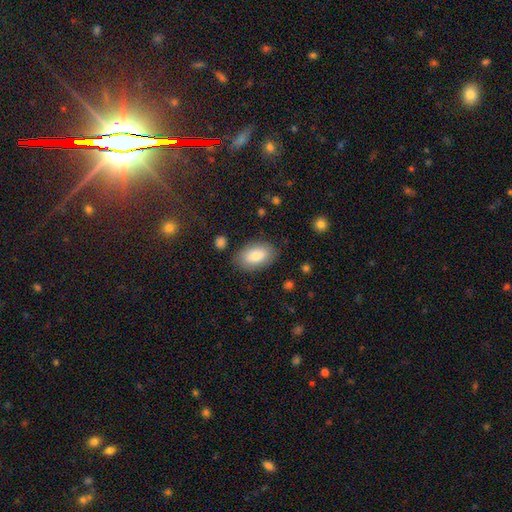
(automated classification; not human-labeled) The model was most divided on "smooth or featured": smooth: 79%, featured or disk: 14%, star or artifact: 7%. More confident: how rounded — in between (92%); merging — none (83%).